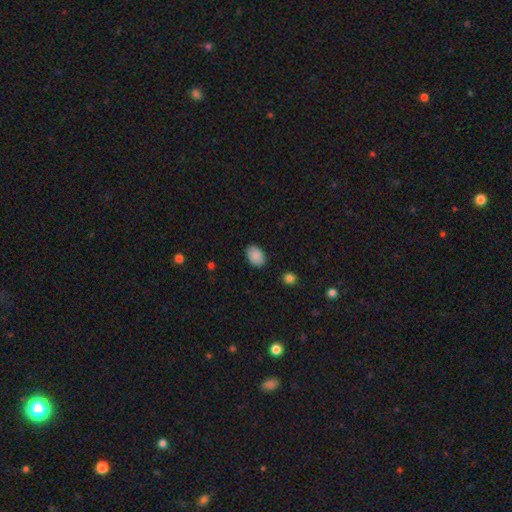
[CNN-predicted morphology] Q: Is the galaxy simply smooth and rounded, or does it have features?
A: smooth — 88%.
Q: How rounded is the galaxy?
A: in between — 77%.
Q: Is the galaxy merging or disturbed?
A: none — 83%.